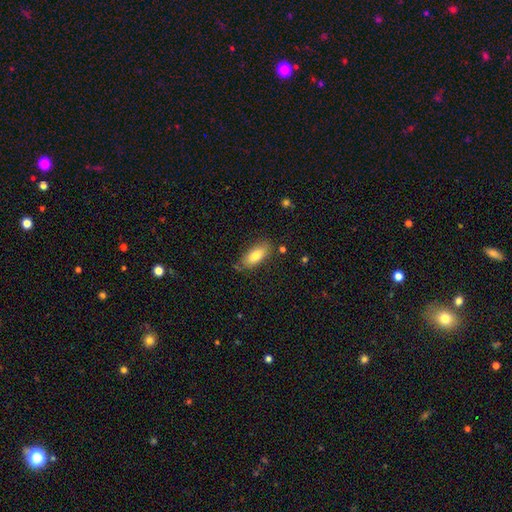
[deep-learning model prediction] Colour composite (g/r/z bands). It shows a smooth galaxy with no disk features (77%) that is in between round and cigar-shaped (85%). Merging: none (74%).